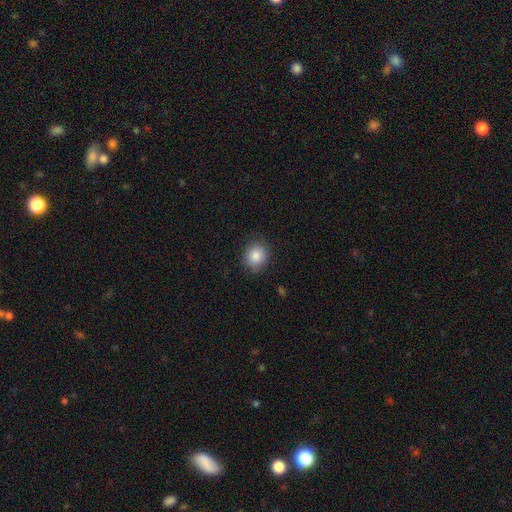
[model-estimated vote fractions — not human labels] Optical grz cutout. It shows a smooth galaxy with no disk features (85%) that is round (76%). Merging: none (84%).